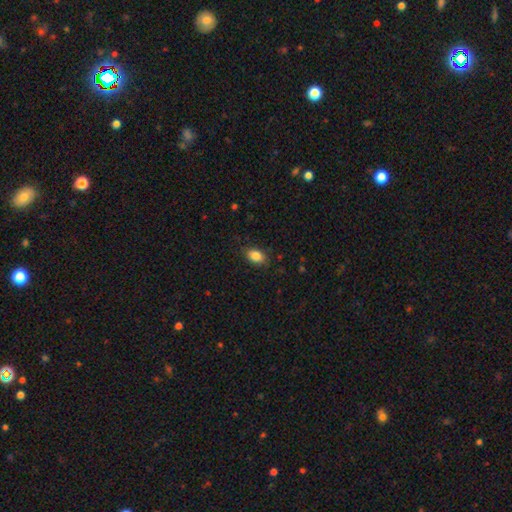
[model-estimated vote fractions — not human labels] This appears to be a smooth galaxy with no disk features (87%) that is in between round and cigar-shaped (87%). Merging: none (84%).